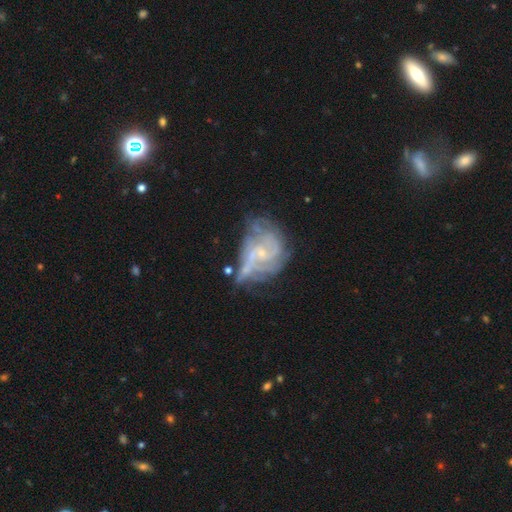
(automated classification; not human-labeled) Morphology: type=featured or disk (72%); edge-on=no (97%); bar=no (59%); spiral arms=yes (76%); winding=medium (39%); arm count=can't tell (41%); bulge=small (69%); merging=none (41%).